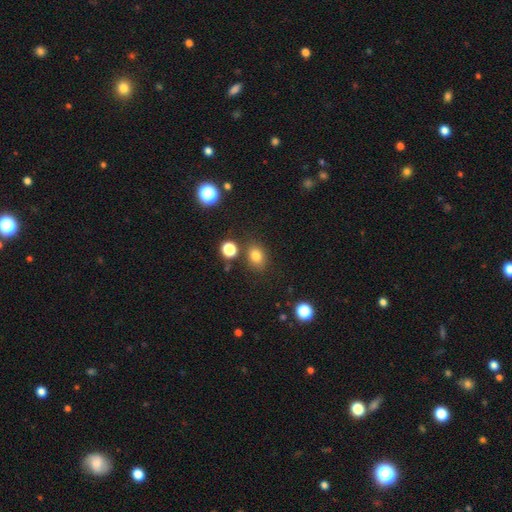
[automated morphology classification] Q: Smooth or featured?
A: smooth (79%); runner-up: star or artifact (14%)
Q: How rounded?
A: in between (52%); runner-up: round (47%)
Q: Merging?
A: none (79%); runner-up: minor disturbance (11%)